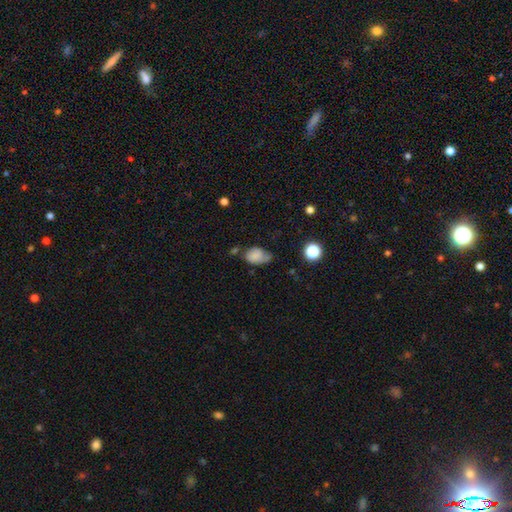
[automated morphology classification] Smooth or featured?
  - smooth: 76% *
  - featured or disk: 14%
  - star or artifact: 10%
How rounded?
  - in between: 80% *
  - round: 19%
  - cigar-shaped: 1%
Merging?
  - minor disturbance: 40% *
  - none: 38%
  - major disturbance: 15%
  - merger: 7%